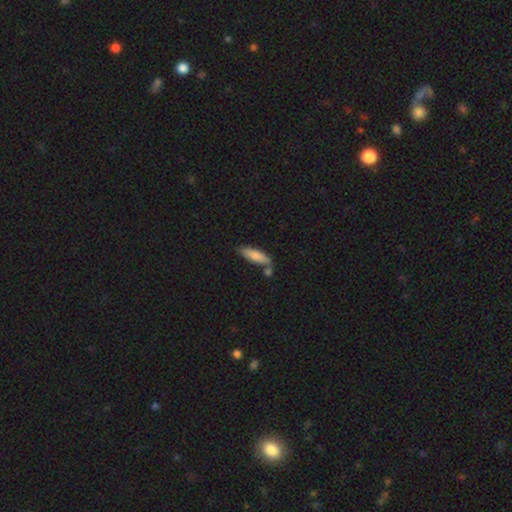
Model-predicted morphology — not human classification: A smooth galaxy with no disk features (80%) that is cigar-shaped (62%). Merging: none (65%).